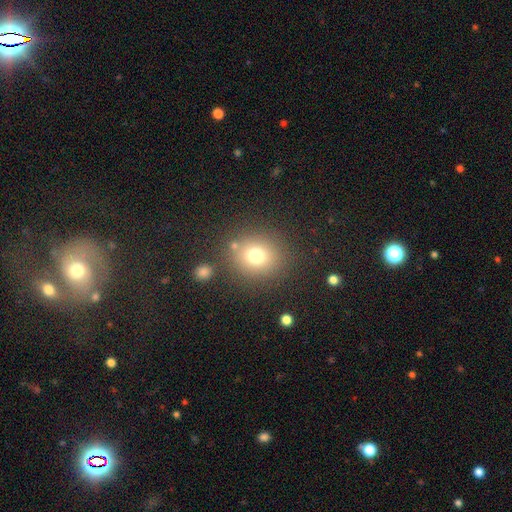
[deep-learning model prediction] smooth-or-featured: smooth: 74% | star or artifact: 16% | featured or disk: 11%
  how-rounded: round: 79% | in between: 20% | cigar-shaped: 1%
  merging: none: 79% | minor disturbance: 10% | merger: 7% | major disturbance: 5%